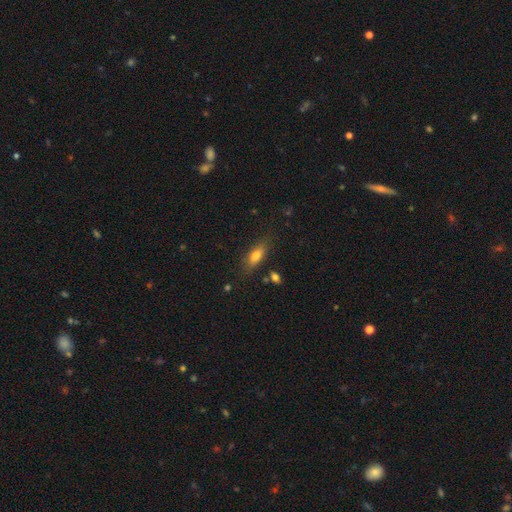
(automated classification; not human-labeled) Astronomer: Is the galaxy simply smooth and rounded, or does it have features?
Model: smooth — 73%.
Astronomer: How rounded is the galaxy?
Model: in between — 70%.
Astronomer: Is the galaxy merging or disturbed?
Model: none — 77%.